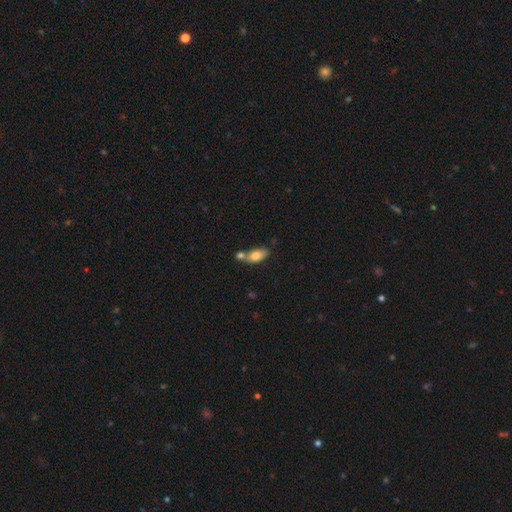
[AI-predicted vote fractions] Smooth or featured? smooth (77%)
How rounded? in between (87%)
Merging? none (45%)